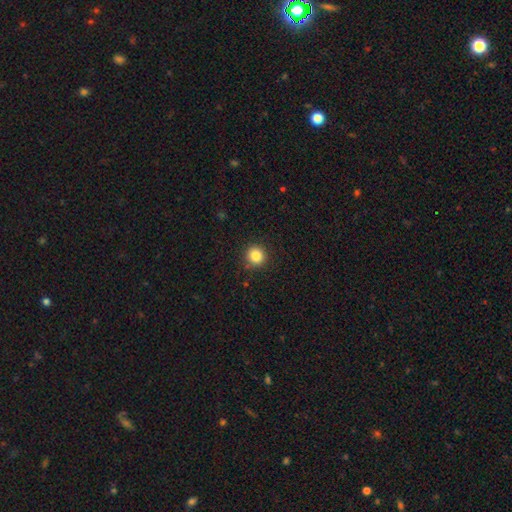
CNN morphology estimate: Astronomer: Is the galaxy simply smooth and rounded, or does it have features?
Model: smooth — 85%.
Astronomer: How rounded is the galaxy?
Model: round — 93%.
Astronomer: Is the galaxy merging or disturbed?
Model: none — 89%.